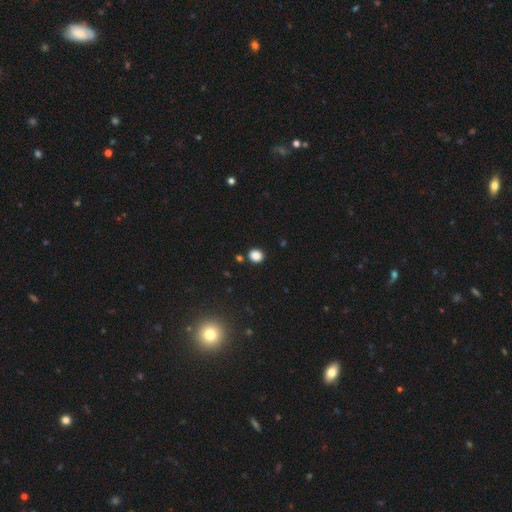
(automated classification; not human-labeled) Q: Smooth or featured?
A: smooth (85%); runner-up: star or artifact (12%)
Q: How rounded?
A: round (71%); runner-up: in between (28%)
Q: Merging?
A: none (86%); runner-up: minor disturbance (8%)